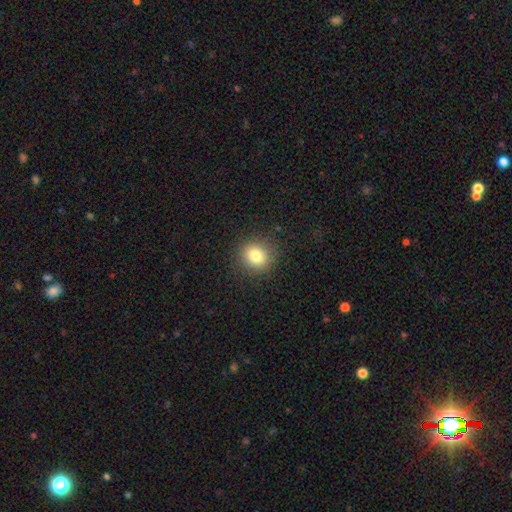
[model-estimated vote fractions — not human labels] The model was most divided on "smooth or featured": smooth: 80%, star or artifact: 12%, featured or disk: 8%. More confident: merging — none (88%); how rounded — round (84%).